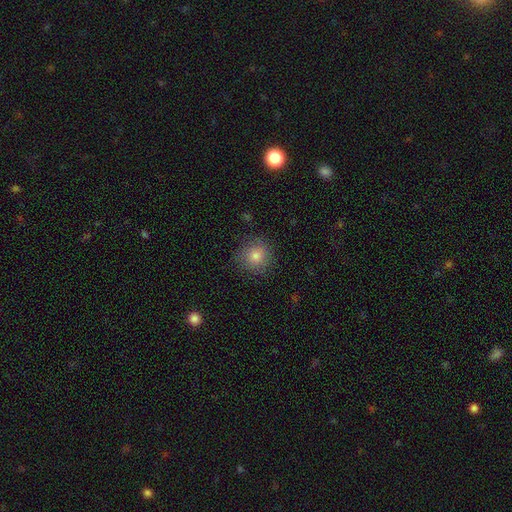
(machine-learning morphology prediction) smooth-or-featured: smooth: 79% | star or artifact: 12% | featured or disk: 9%
  how-rounded: round: 91% | in between: 8% | cigar-shaped: 1%
  merging: none: 85% | minor disturbance: 11% | major disturbance: 3% | merger: 1%